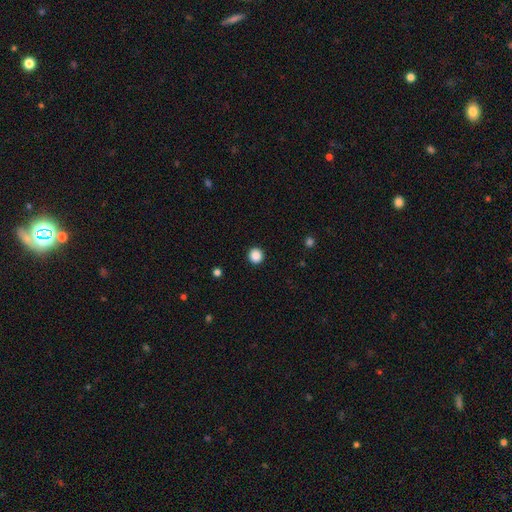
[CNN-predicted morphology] A smooth galaxy with no disk features (87%) that is round (94%). Merging: none (93%).